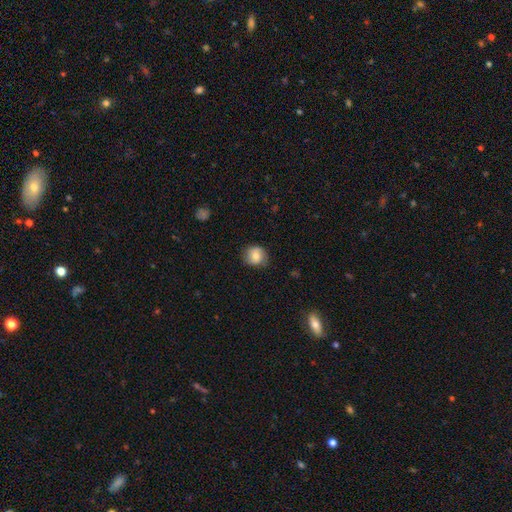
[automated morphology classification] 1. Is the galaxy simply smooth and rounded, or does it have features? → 74% smooth, 18% featured or disk, 9% star or artifact.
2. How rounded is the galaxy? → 82% round, 17% in between, 1% cigar-shaped.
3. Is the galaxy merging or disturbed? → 78% none, 17% minor disturbance, 4% major disturbance, 1% merger.